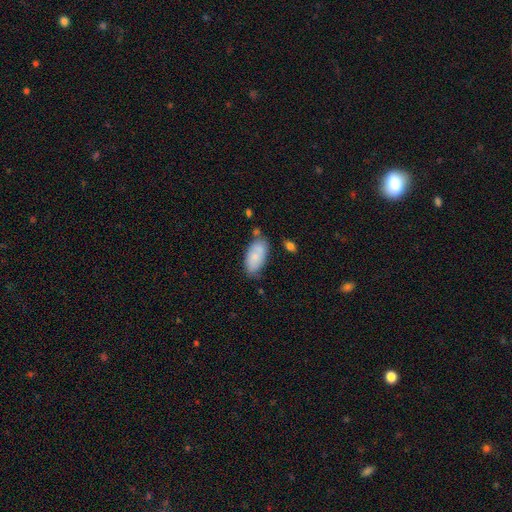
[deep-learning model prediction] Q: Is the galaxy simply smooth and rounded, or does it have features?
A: smooth — 81%.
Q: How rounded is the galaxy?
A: in between — 93%.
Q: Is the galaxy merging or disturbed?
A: none — 65%.